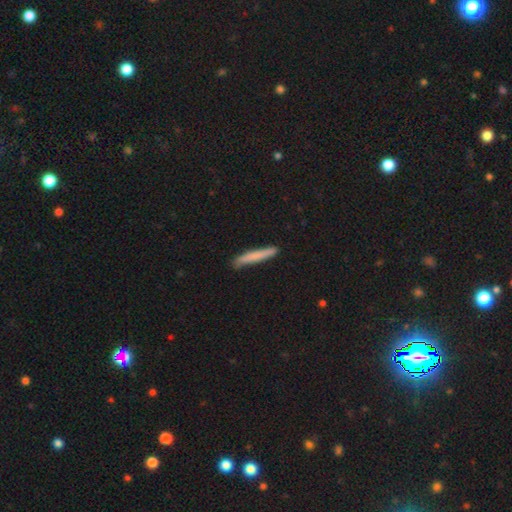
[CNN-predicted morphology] Smooth or featured? Predicted: smooth (p=0.75). How rounded? Predicted: cigar-shaped (p=0.96). Merging? Predicted: none (p=0.85).